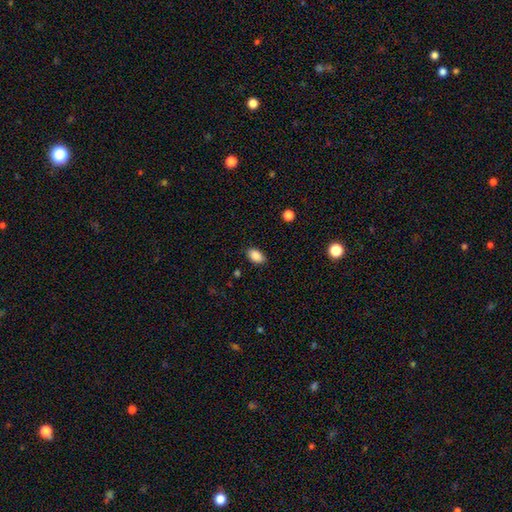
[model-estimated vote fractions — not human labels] Smooth or featured? Predicted: smooth (p=0.88). How rounded? Predicted: in between (p=0.91). Merging? Predicted: none (p=0.86).